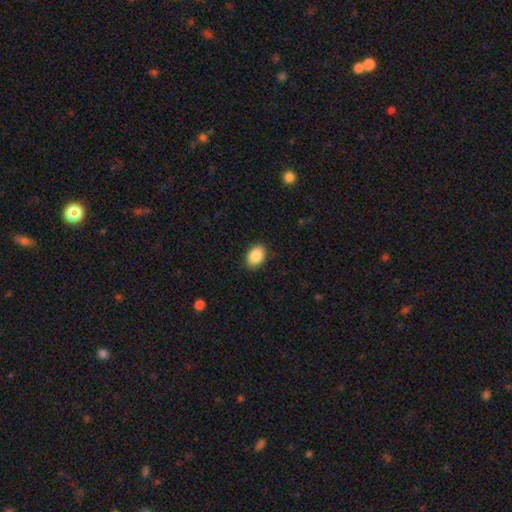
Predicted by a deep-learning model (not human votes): Overall: smooth (88%). How rounded: in between (78%). Merging: none (88%).